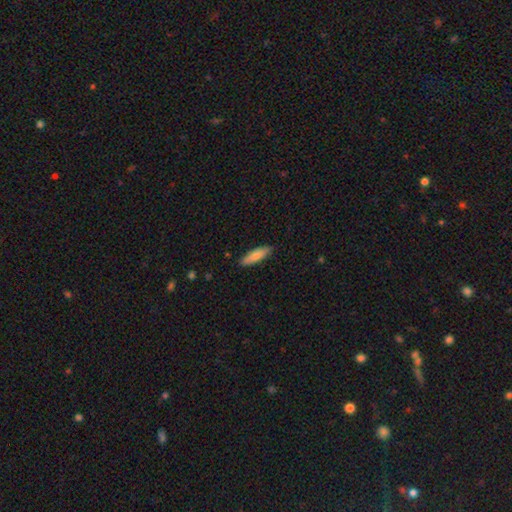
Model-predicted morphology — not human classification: This is likely a smooth galaxy (78%). How rounded: possibly cigar-shaped (57%). Merging: clearly none (87%).